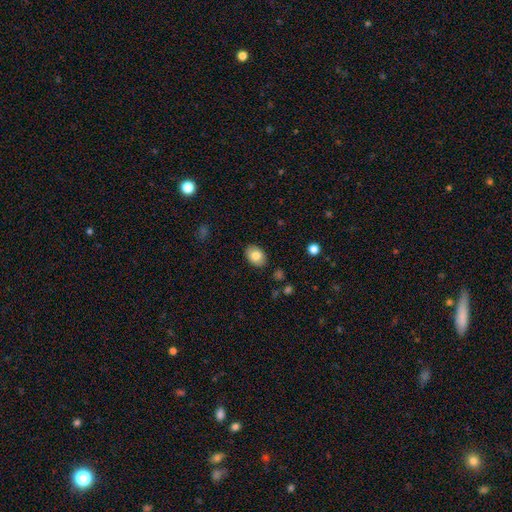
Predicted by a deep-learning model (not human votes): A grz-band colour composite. It shows a smooth galaxy with no disk features (83%) that is in between round and cigar-shaped (78%). Merging: none (88%).